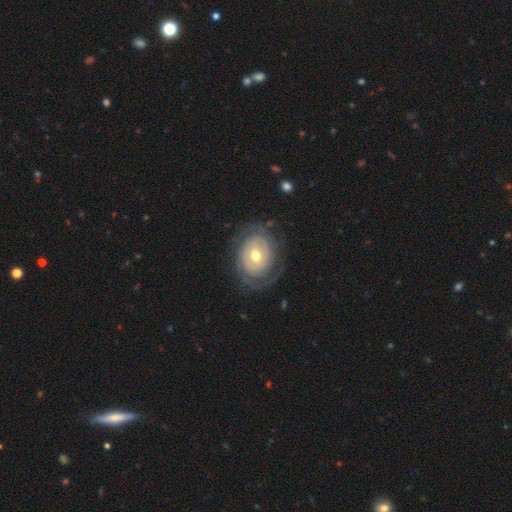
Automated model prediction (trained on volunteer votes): Smooth or featured? featured or disk (75%)
Edge-on disk? no (96%)
Bar? no (69%)
Spiral arms? yes (72%)
Spiral winding? tight (74%)
Spiral arm count? can't tell (45%)
Bulge size? moderate (69%)
Merging? none (73%)